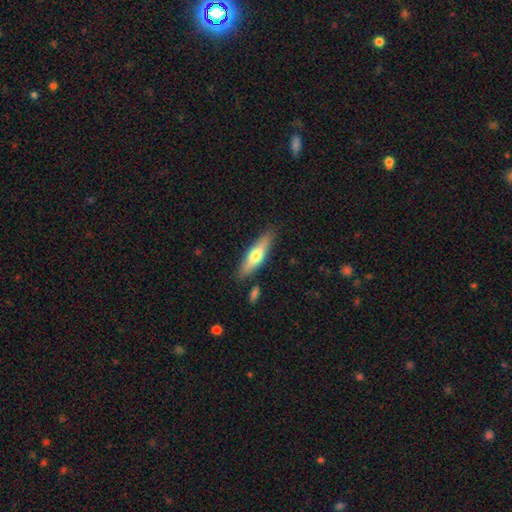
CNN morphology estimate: Smooth or featured: smooth — 58% (featured or disk — 37%)
How rounded: cigar-shaped — 67% (in between — 31%)
Merging: none — 82% (minor disturbance — 12%)